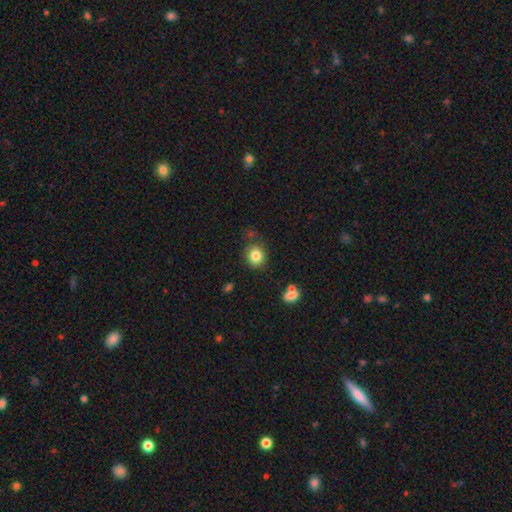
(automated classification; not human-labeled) Q: Smooth or featured?
A: smooth (83%); runner-up: star or artifact (10%)
Q: How rounded?
A: round (74%); runner-up: in between (25%)
Q: Merging?
A: none (74%); runner-up: minor disturbance (16%)